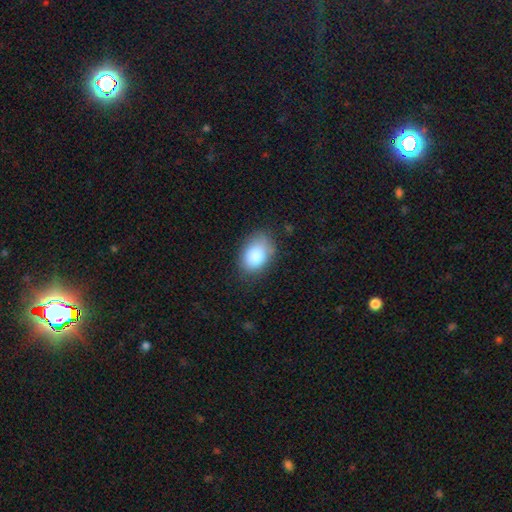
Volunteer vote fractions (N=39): This appears to be a smooth galaxy with no disk features (82%) that is in between round and cigar-shaped (75%). Merging: none (57%).